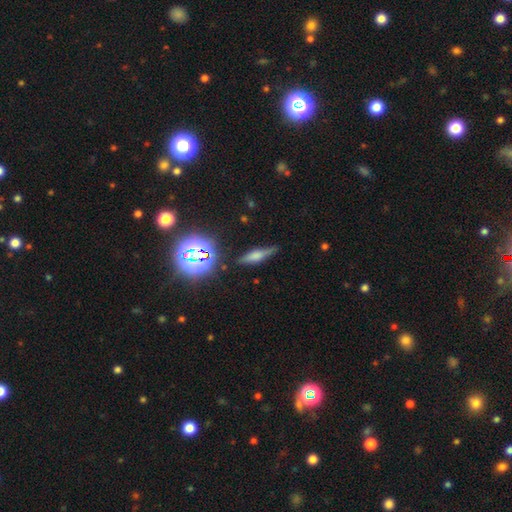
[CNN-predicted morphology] smooth-or-featured: smooth: 44% | featured or disk: 39% | star or artifact: 17%
  merging: none: 76% | minor disturbance: 17% | major disturbance: 5% | merger: 3%